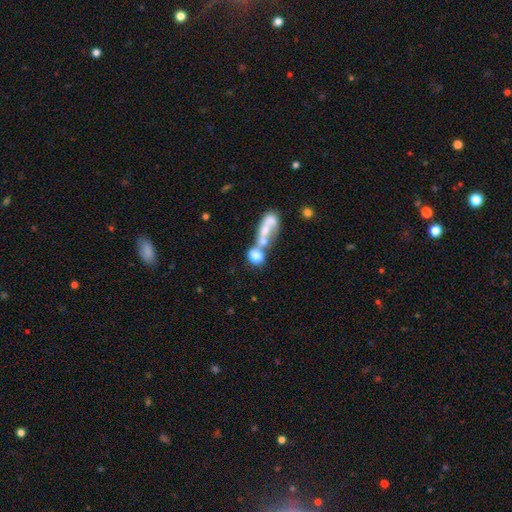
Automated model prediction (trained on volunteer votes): Smooth or featured? smooth (65%)
How rounded? in between (55%)
Merging? merger (62%)